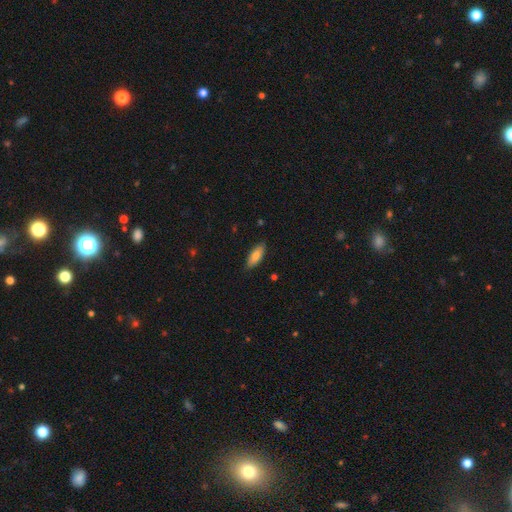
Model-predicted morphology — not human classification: This appears to be a smooth galaxy with no disk features (80%) that is in between round and cigar-shaped (76%). Merging: none (86%).